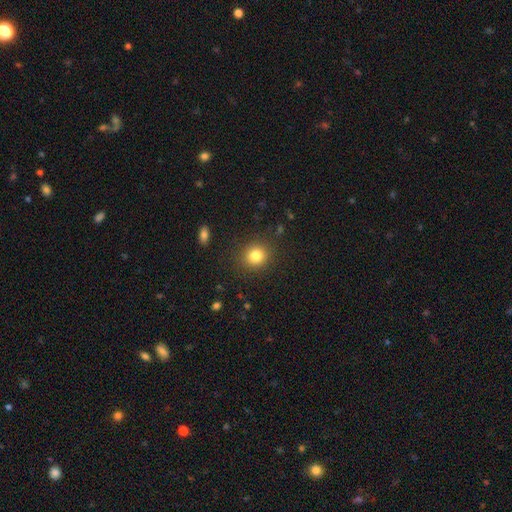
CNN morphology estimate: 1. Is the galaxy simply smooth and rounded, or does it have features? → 82% smooth, 11% star or artifact, 7% featured or disk.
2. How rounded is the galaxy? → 87% round, 12% in between, 1% cigar-shaped.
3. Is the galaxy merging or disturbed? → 88% none, 7% minor disturbance, 3% major disturbance, 1% merger.